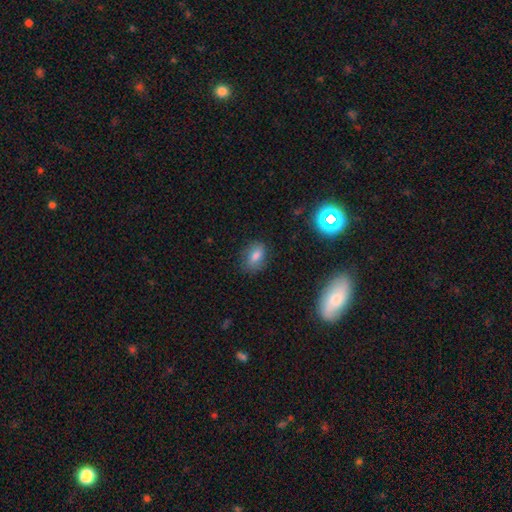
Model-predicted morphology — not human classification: smooth 75%, star or artifact 13%, featured or disk 12%. Down the decision tree: how rounded — in between (79%); merging — none (78%).